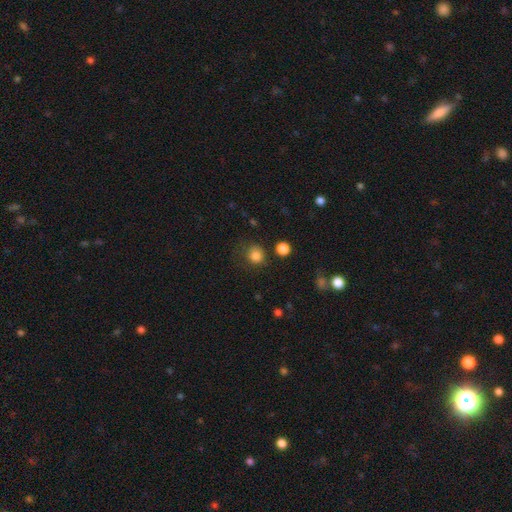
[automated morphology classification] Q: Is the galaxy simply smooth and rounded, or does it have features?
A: smooth — 82%.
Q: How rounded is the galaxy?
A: round — 87%.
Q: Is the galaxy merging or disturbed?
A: none — 73%.